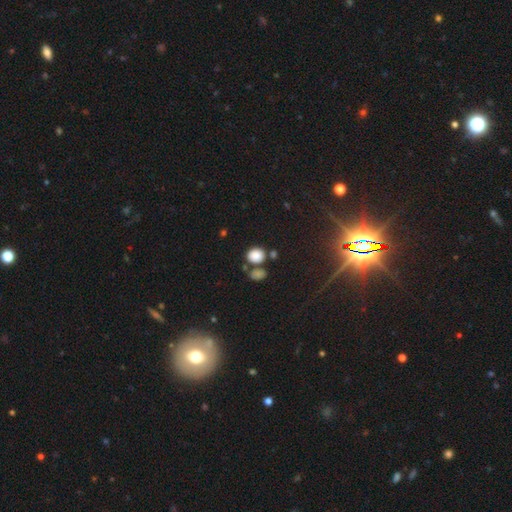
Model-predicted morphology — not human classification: A smooth galaxy with no disk features (84%) that is round (64%).

Vote fractions:
- Smooth or featured? smooth: 84% / star or artifact: 11% / featured or disk: 6%
- How rounded? round: 64% / in between: 35% / cigar-shaped: 1%
- Merging? none: 65% / merger: 19% / minor disturbance: 12% / major disturbance: 4%